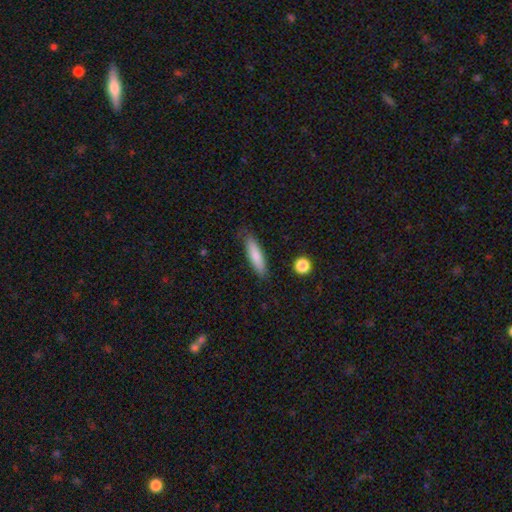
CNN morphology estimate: Smooth or featured? Predicted: smooth (p=0.80). How rounded? Predicted: cigar-shaped (p=0.75). Merging? Predicted: none (p=0.81).